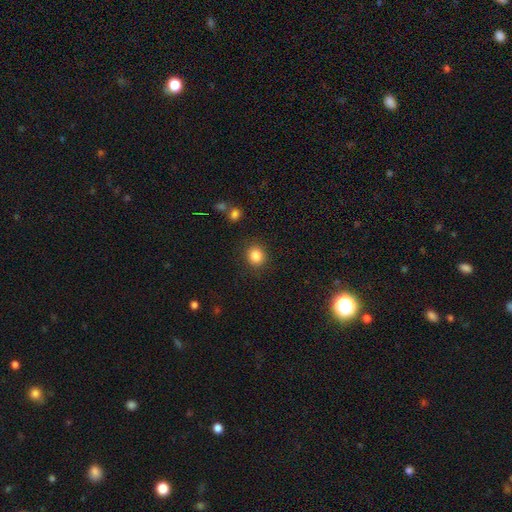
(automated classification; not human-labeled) smooth 85%, star or artifact 11%, featured or disk 5%. Down the decision tree: how rounded — round (85%); merging — none (89%).